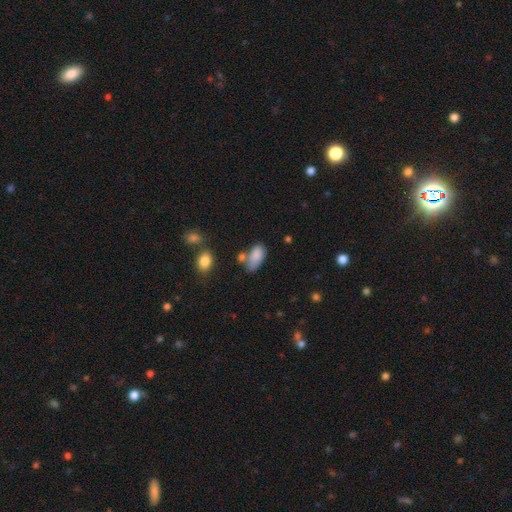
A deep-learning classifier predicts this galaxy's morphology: A smooth galaxy with no disk features (84%) that is in between round and cigar-shaped (92%).

Vote fractions:
- Smooth or featured? smooth: 84% / star or artifact: 8% / featured or disk: 8%
- How rounded? in between: 92% / cigar-shaped: 5% / round: 3%
- Merging? none: 48% / minor disturbance: 26% / merger: 17% / major disturbance: 9%